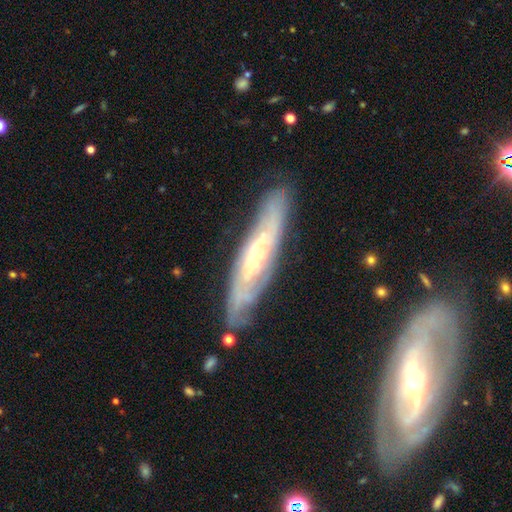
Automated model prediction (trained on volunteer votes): A featured or disk galaxy (76%). Merging: none (78%).